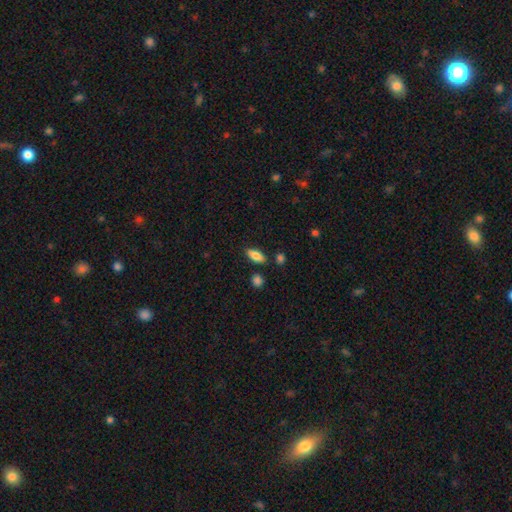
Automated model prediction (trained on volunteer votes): Smooth or featured? smooth (80%)
How rounded? in between (81%)
Merging? none (83%)